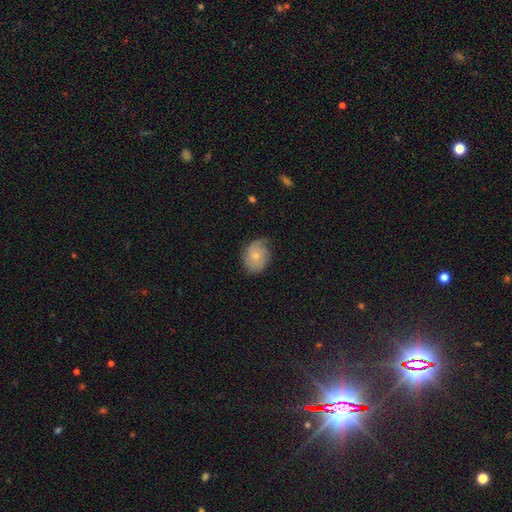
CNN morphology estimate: smooth 53%, featured or disk 41%, star or artifact 7%. Down the decision tree: how rounded — in between (52%); merging — none (59%).